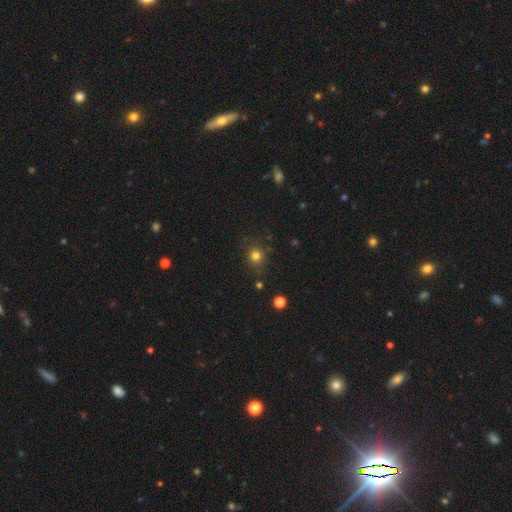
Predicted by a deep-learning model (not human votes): Q: Smooth or featured?
A: smooth (77%); runner-up: star or artifact (16%)
Q: How rounded?
A: round (85%); runner-up: in between (14%)
Q: Merging?
A: none (82%); runner-up: minor disturbance (11%)